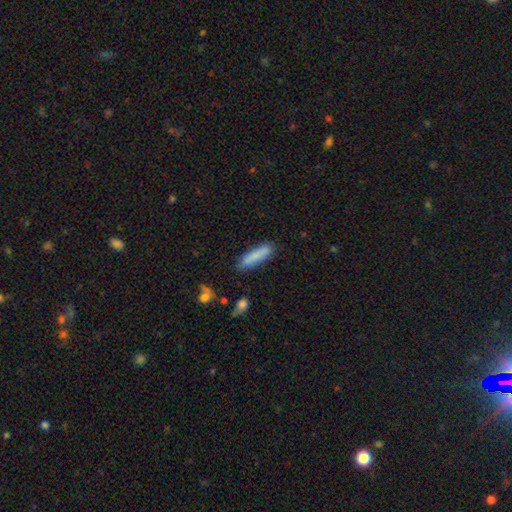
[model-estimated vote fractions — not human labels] A smooth galaxy with no disk features (82%) that is cigar-shaped (77%). Merging: none (79%).